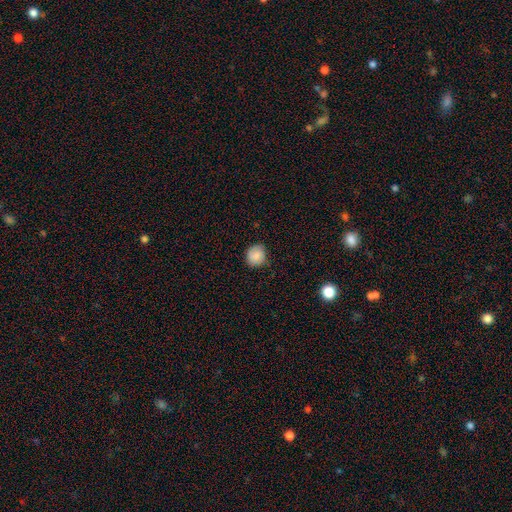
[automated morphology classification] Smooth or featured?
  - smooth: 83% *
  - featured or disk: 9%
  - star or artifact: 8%
How rounded?
  - round: 79% *
  - in between: 20%
  - cigar-shaped: 1%
Merging?
  - none: 78% *
  - minor disturbance: 17%
  - major disturbance: 3%
  - merger: 1%